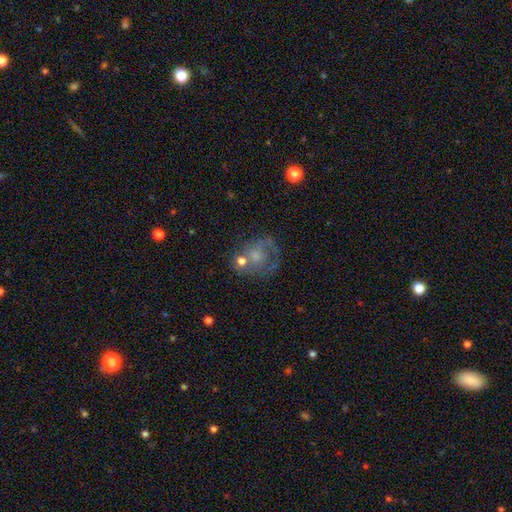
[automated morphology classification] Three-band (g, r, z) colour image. It shows a featured or disk galaxy (52%) with no bar (80%), spiral arms (56%) and a small central bulge (41%). Merging: none (49%).